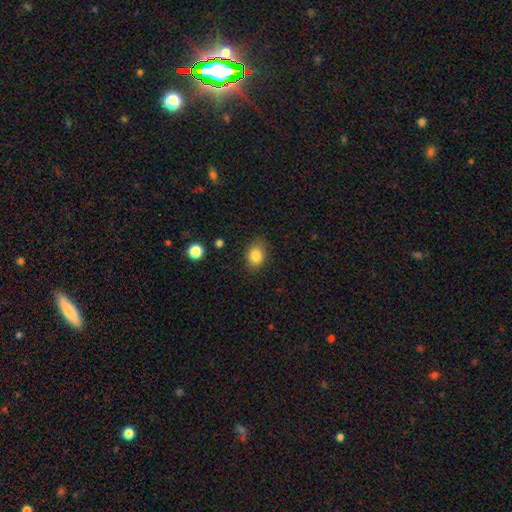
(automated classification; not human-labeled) A smooth galaxy with no disk features (83%) that is in between round and cigar-shaped (66%).

Vote fractions:
- Smooth or featured? smooth: 83% / star or artifact: 9% / featured or disk: 7%
- How rounded? in between: 66% / round: 33% / cigar-shaped: 1%
- Merging? none: 80% / minor disturbance: 15% / major disturbance: 3% / merger: 1%